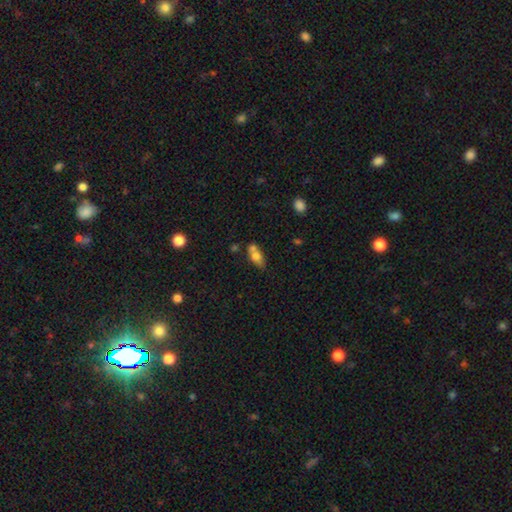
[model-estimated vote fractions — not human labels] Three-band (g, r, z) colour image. It shows a smooth galaxy with no disk features (70%) that is in between round and cigar-shaped (78%). Merging: merger (43%).